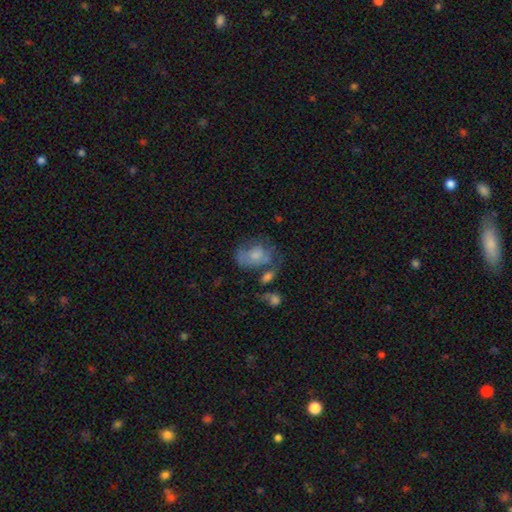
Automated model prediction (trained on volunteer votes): Morphology: type=smooth (57%); roundness=in between (68%); merging=none (32%).